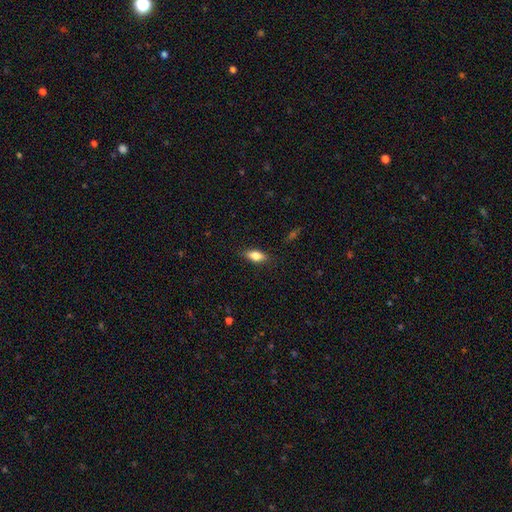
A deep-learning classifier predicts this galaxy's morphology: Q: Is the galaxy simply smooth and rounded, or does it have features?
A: smooth — 71%.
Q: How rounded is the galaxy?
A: in between — 79%.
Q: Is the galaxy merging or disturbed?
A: none — 85%.